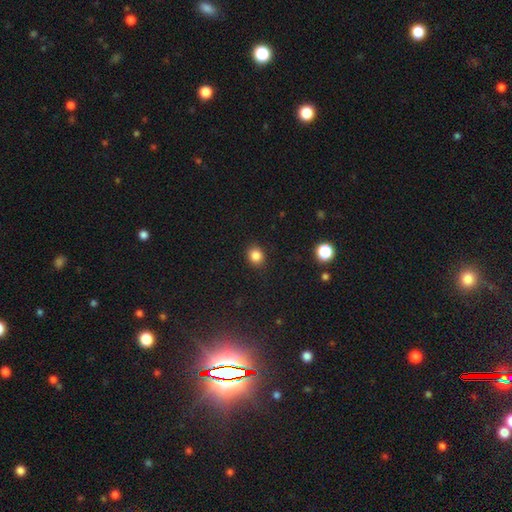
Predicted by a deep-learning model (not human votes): smooth-or-featured: smooth: 84% | star or artifact: 11% | featured or disk: 4%
  how-rounded: round: 68% | in between: 31% | cigar-shaped: 1%
  merging: none: 89% | minor disturbance: 8% | major disturbance: 2% | merger: 1%